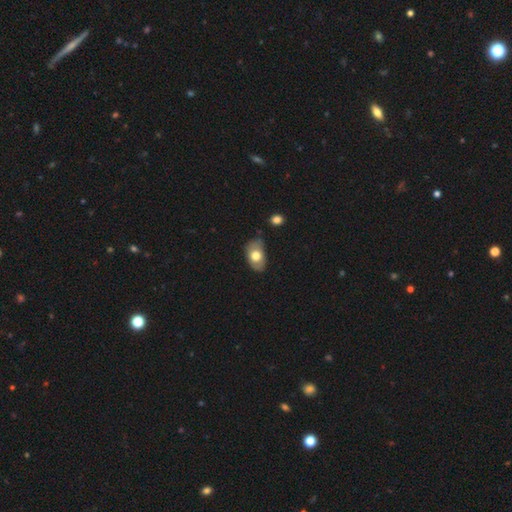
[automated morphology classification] smooth_or_featured: smooth (p=0.68) [alt: featured or disk p=0.25]
how_rounded: in between (p=0.88) [alt: round p=0.11]
merging: none (p=0.64) [alt: minor disturbance p=0.27]